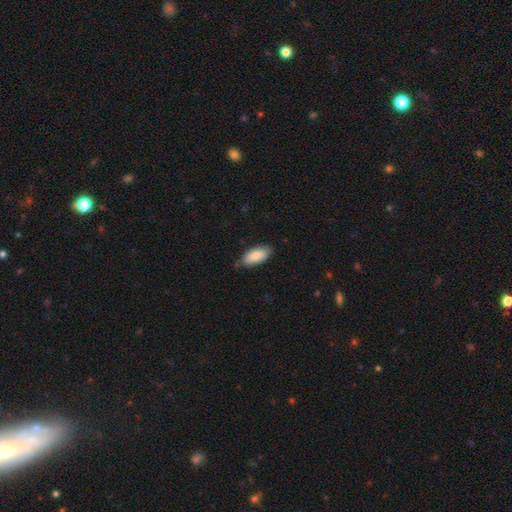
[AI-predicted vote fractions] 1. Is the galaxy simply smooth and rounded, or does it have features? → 83% smooth, 12% featured or disk, 6% star or artifact.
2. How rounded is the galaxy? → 90% in between, 8% cigar-shaped, 2% round.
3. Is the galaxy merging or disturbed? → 74% none, 21% minor disturbance, 3% major disturbance, 2% merger.